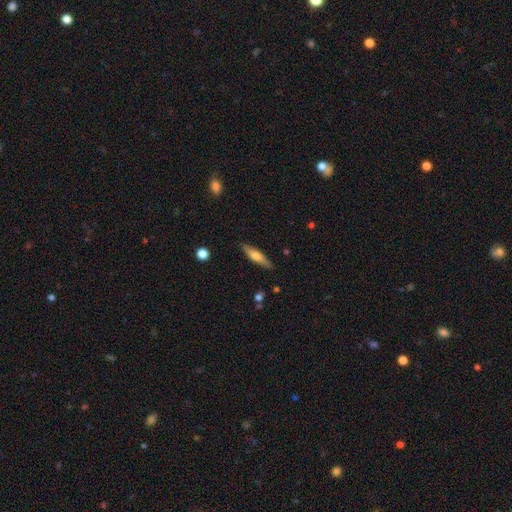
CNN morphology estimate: Smooth or featured: smooth — 52% (featured or disk — 42%)
How rounded: cigar-shaped — 76% (in between — 21%)
Merging: none — 86% (minor disturbance — 11%)